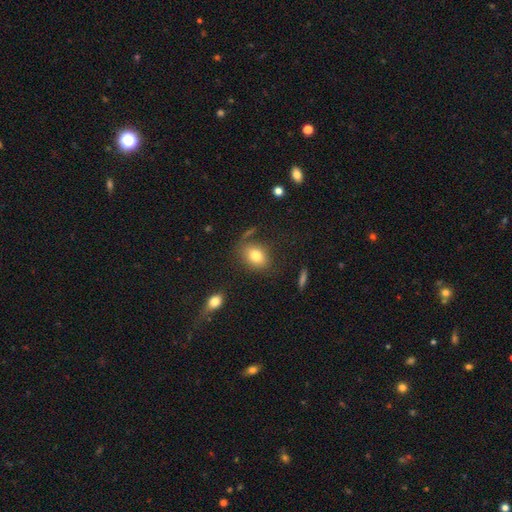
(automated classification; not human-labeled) This is likely a smooth galaxy (79%). How rounded: likely in between (69%). Merging: likely none (74%).